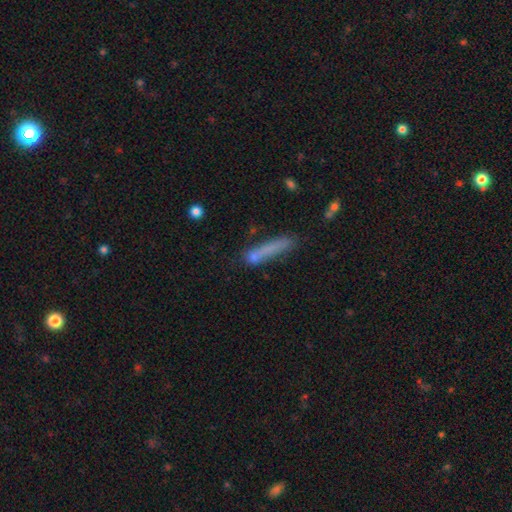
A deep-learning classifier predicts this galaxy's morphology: Q: Smooth or featured?
A: smooth (72%); runner-up: featured or disk (19%)
Q: How rounded?
A: cigar-shaped (89%); runner-up: in between (9%)
Q: Merging?
A: none (58%); runner-up: minor disturbance (22%)